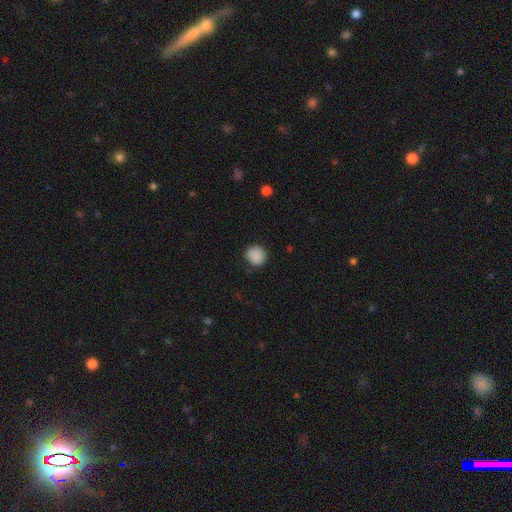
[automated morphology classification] A smooth galaxy with no disk features (88%) that is round (86%). Merging: none (83%).